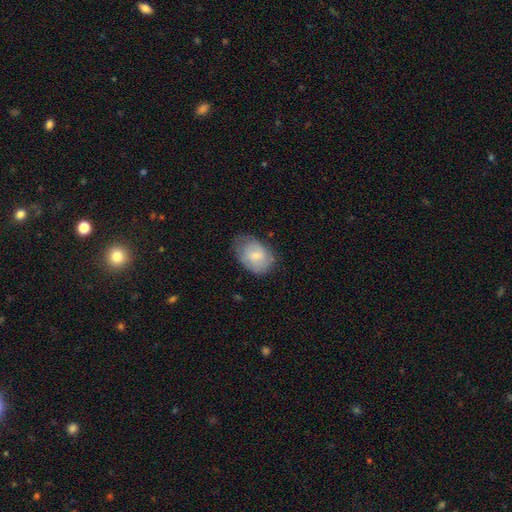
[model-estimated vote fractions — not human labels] Q: Smooth or featured?
A: smooth (67%); runner-up: featured or disk (27%)
Q: How rounded?
A: in between (79%); runner-up: round (20%)
Q: Merging?
A: none (58%); runner-up: minor disturbance (32%)